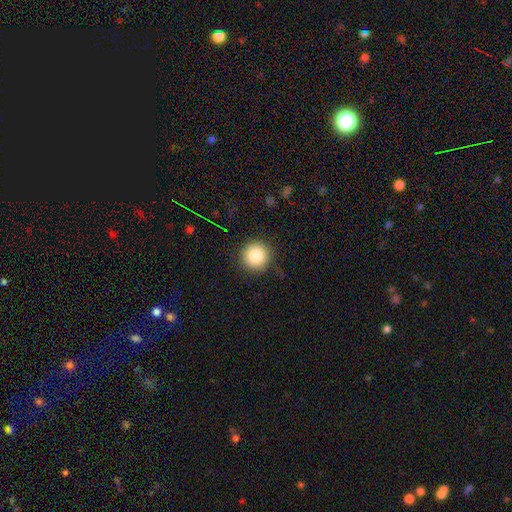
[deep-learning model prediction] Smooth or featured?
  - smooth: 86% *
  - star or artifact: 9%
  - featured or disk: 5%
How rounded?
  - round: 95% *
  - in between: 4%
  - cigar-shaped: 1%
Merging?
  - none: 88% *
  - minor disturbance: 9%
  - major disturbance: 3%
  - merger: 1%